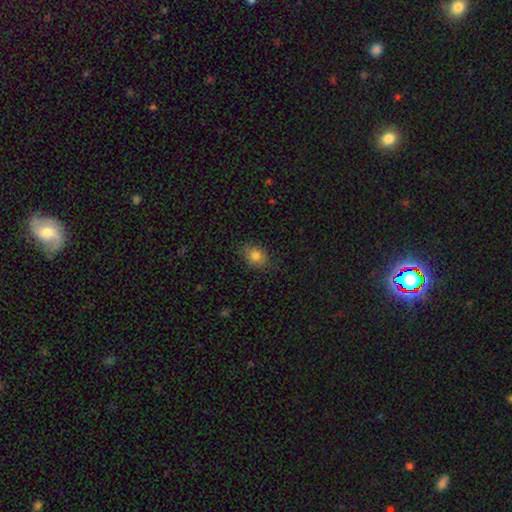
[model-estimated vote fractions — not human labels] A smooth galaxy with no disk features (81%) that is in between round and cigar-shaped (66%). Merging: none (81%).